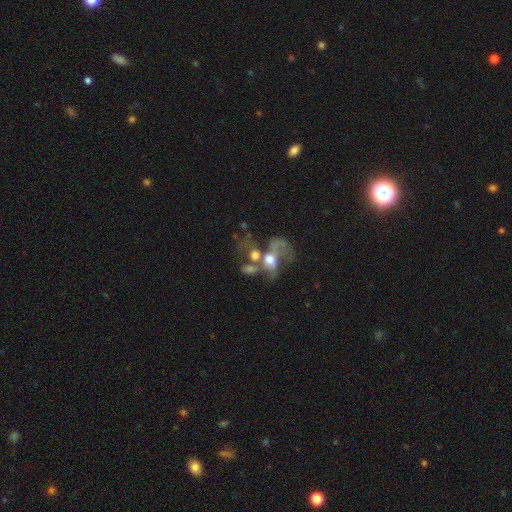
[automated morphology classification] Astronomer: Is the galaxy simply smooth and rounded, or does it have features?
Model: featured or disk — 58%.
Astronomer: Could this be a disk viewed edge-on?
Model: no — 96%.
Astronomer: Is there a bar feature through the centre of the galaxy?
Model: no — 73%.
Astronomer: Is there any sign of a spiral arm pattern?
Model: no — 50%, tied with yes at 50%.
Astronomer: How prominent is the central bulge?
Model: moderate — 56%.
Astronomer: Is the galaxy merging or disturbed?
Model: merger — 60%.